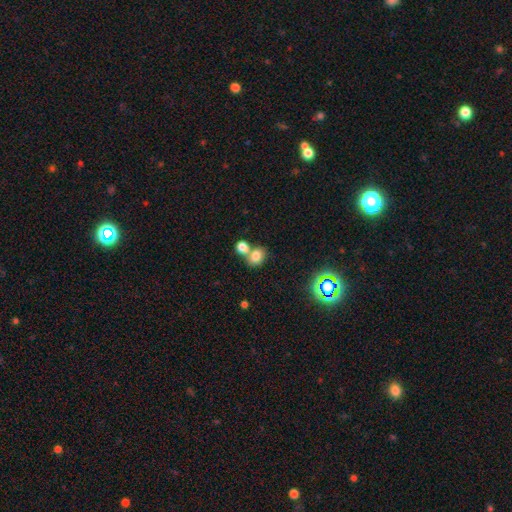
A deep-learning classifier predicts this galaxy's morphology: type=smooth (78%); roundness=round (54%); merging=merger (51%).